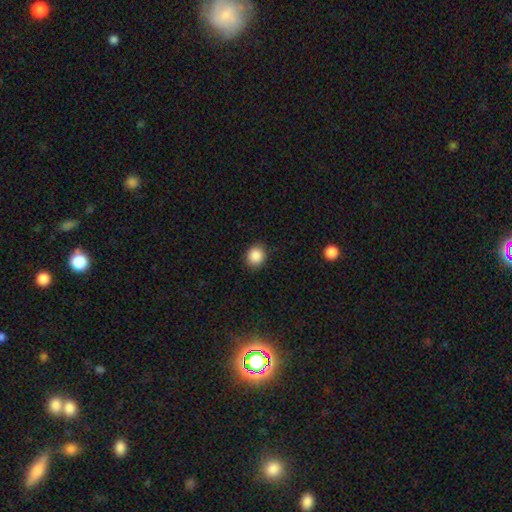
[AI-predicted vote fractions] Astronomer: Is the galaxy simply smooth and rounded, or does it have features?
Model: smooth — 88%.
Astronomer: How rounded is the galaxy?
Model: round — 83%.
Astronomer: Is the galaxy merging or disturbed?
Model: none — 88%.